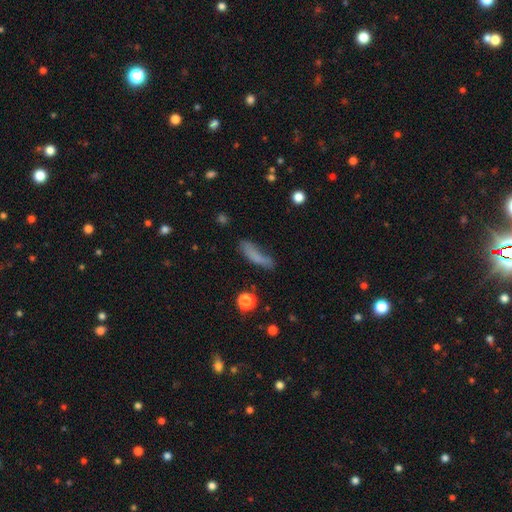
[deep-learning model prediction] This is likely a smooth galaxy (71%). How rounded: likely cigar-shaped (64%). Merging: possibly none (48%).